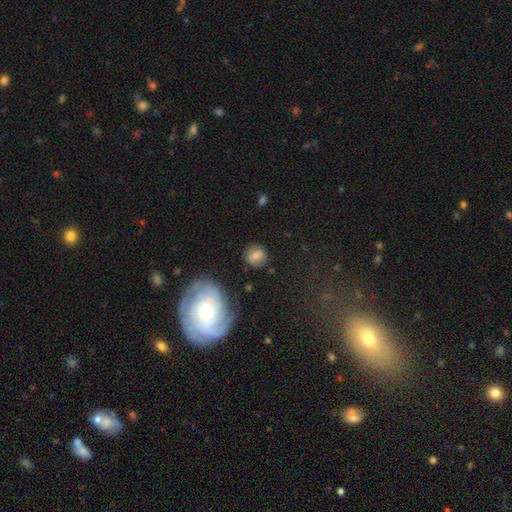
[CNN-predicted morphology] A smooth galaxy with no disk features (74%) that is round (82%). Merging: none (82%).